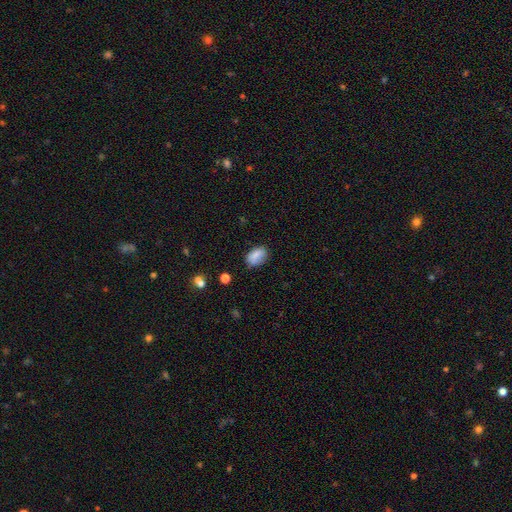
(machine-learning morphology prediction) Smooth or featured?
  - smooth: 81% *
  - featured or disk: 10%
  - star or artifact: 9%
How rounded?
  - in between: 86% *
  - round: 12%
  - cigar-shaped: 2%
Merging?
  - none: 70% *
  - minor disturbance: 23%
  - major disturbance: 5%
  - merger: 3%